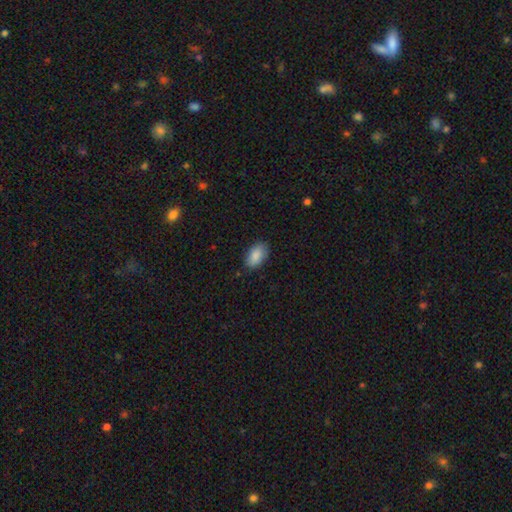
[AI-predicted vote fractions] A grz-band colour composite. It shows a smooth galaxy with no disk features (88%) that is in between round and cigar-shaped (94%). Merging: none (83%).